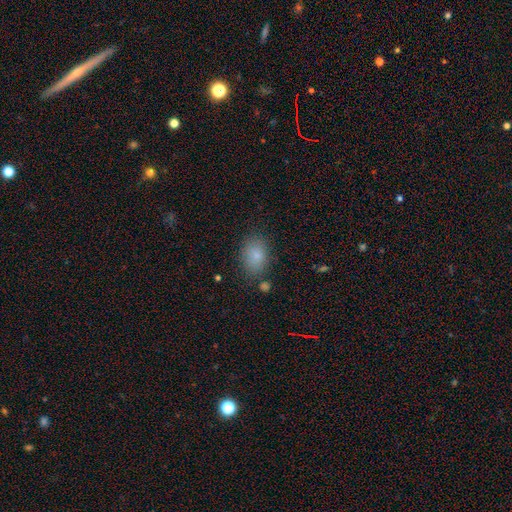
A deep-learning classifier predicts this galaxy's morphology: smooth-or-featured: smooth: 82% | star or artifact: 10% | featured or disk: 8%
  how-rounded: in between: 79% | round: 19% | cigar-shaped: 1%
  merging: none: 79% | minor disturbance: 14% | major disturbance: 4% | merger: 3%